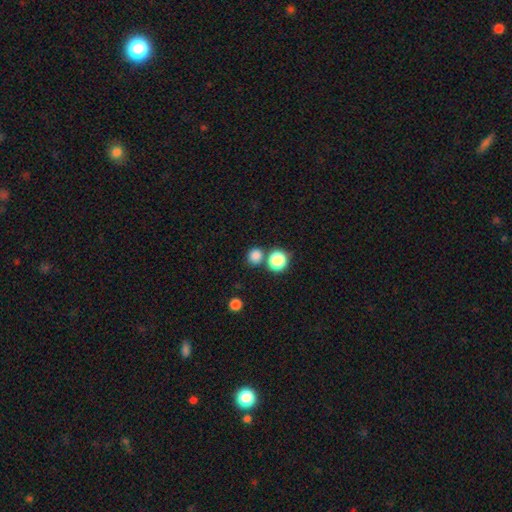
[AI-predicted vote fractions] A smooth galaxy with no disk features (82%) that is round (86%). Merging: none (69%).